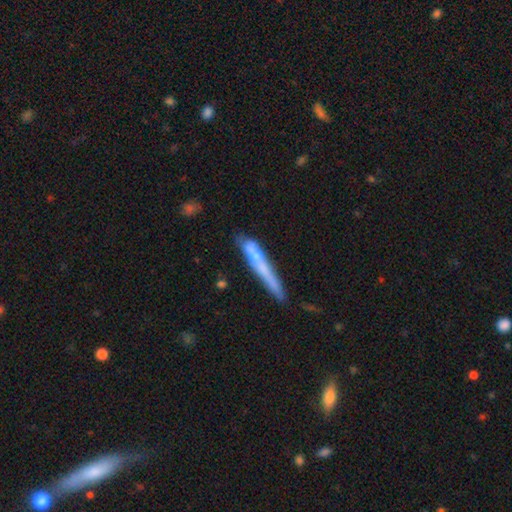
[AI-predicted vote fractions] Smooth or featured? smooth (53%)
How rounded? cigar-shaped (88%)
Merging? none (44%)